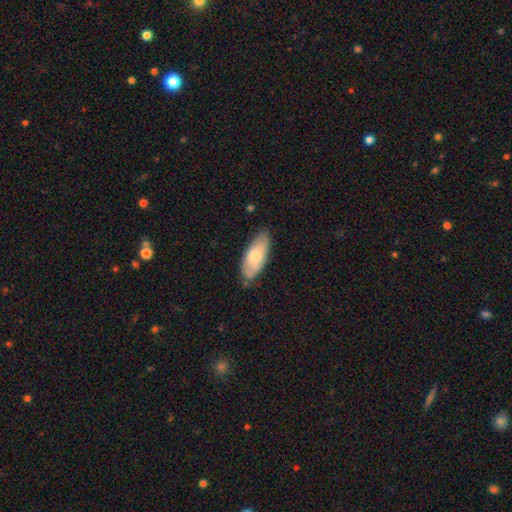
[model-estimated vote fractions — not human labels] Smooth or featured: smooth — 69% (featured or disk — 26%)
How rounded: in between — 86% (cigar-shaped — 12%)
Merging: none — 70% (minor disturbance — 24%)